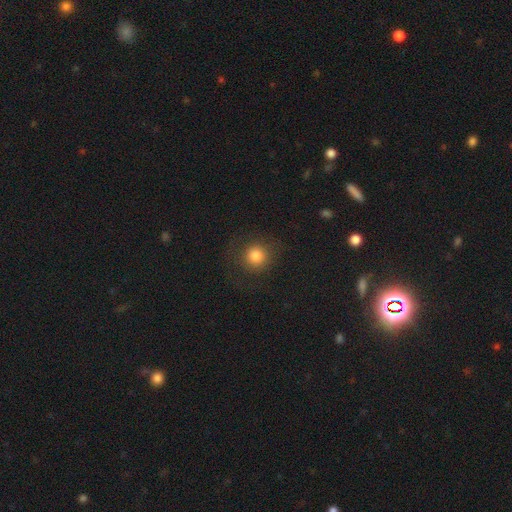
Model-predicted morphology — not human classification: type=smooth (81%); roundness=round (91%); merging=none (81%).